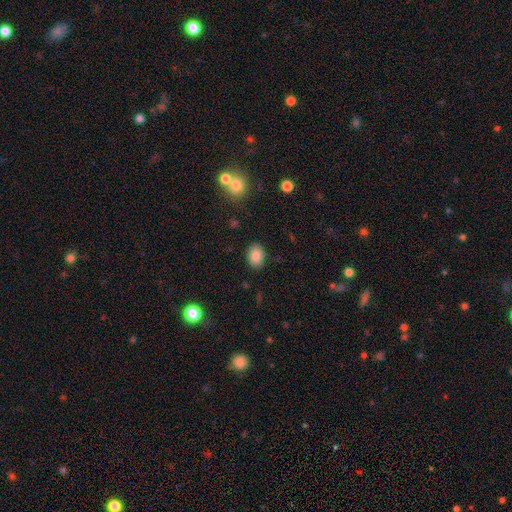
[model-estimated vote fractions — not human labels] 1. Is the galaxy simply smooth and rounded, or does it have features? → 84% smooth, 9% star or artifact, 7% featured or disk.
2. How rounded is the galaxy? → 72% in between, 27% round, 1% cigar-shaped.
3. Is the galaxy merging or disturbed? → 88% none, 8% minor disturbance, 2% major disturbance, 1% merger.